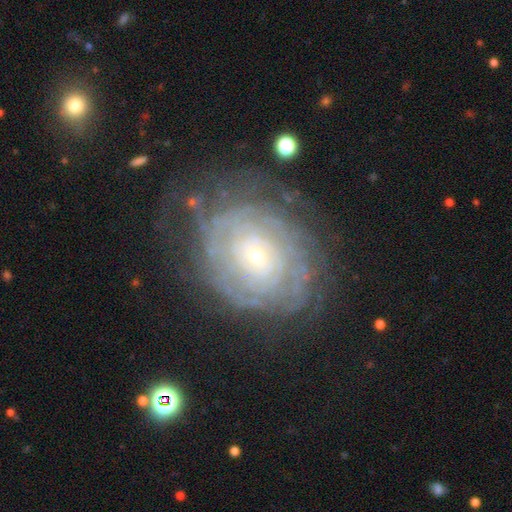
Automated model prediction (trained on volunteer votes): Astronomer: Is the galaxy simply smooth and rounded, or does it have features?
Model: featured or disk — 80%.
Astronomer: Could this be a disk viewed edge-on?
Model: no — 97%.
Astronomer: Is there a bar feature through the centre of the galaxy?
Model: no — 70%.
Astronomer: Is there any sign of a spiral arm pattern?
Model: yes — 87%.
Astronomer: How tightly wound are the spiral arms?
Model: tight — 82%.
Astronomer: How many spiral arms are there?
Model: can't tell — 55%.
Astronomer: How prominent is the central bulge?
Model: small — 75%.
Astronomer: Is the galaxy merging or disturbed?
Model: none — 68%.